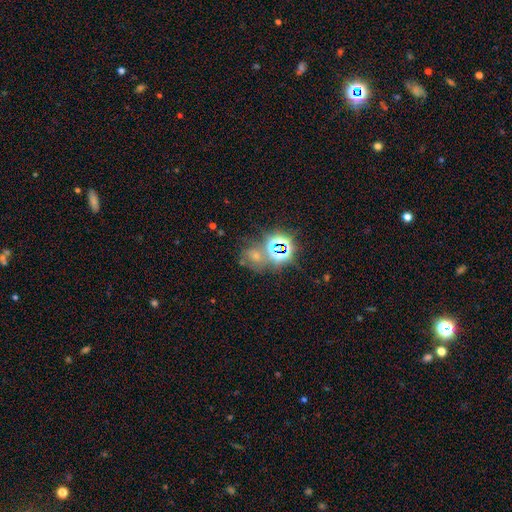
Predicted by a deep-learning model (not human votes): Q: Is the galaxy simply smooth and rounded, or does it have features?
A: star or artifact — 70%.